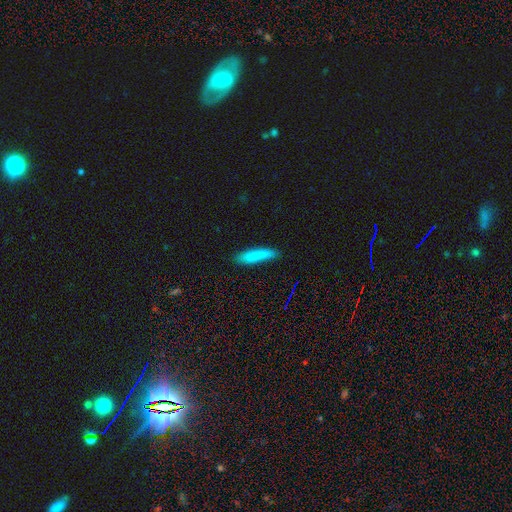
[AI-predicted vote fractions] smooth_or_featured: smooth (p=0.83) [alt: featured or disk p=0.10]
how_rounded: cigar-shaped (p=0.84) [alt: in between p=0.15]
merging: none (p=0.78) [alt: minor disturbance p=0.17]